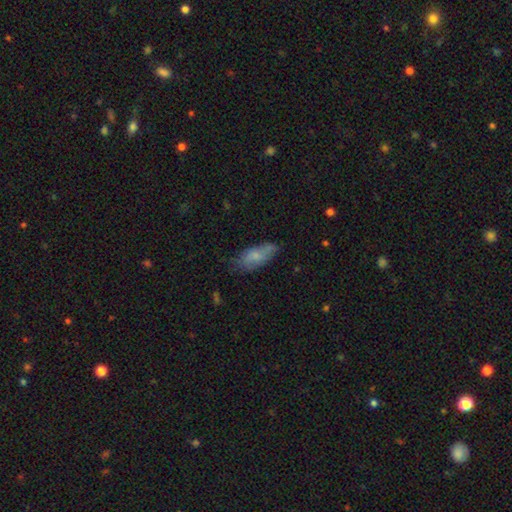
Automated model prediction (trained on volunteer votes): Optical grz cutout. It shows a smooth galaxy with no disk features (69%) that is in between round and cigar-shaped (79%). Merging: none (58%).